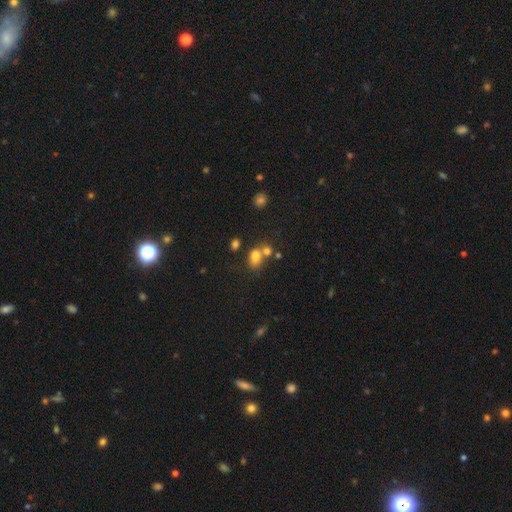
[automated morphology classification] smooth-or-featured: smooth: 75% | star or artifact: 14% | featured or disk: 10%
  how-rounded: in between: 68% | round: 30% | cigar-shaped: 2%
  merging: none: 42% | merger: 39% | minor disturbance: 13% | major disturbance: 6%